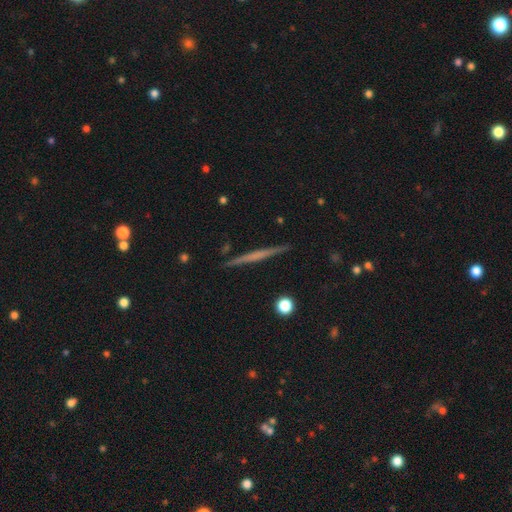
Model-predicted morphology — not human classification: Smooth or featured? featured or disk (61%)
Edge-on disk? yes (98%)
Edge-on bulge? none (76%)
Merging? none (91%)